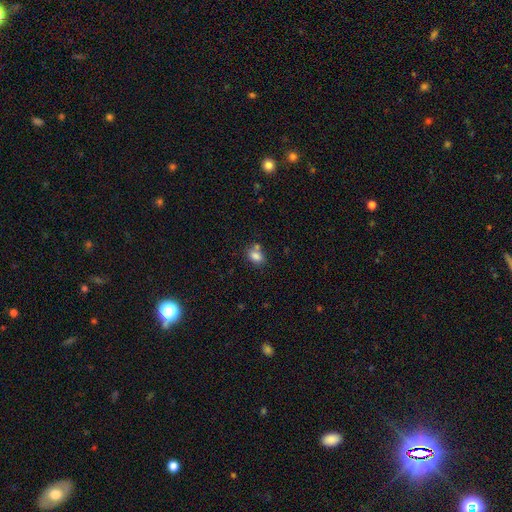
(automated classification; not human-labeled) Smooth or featured: smooth — 81% (star or artifact — 11%)
How rounded: in between — 77% (round — 21%)
Merging: none — 56% (merger — 26%)